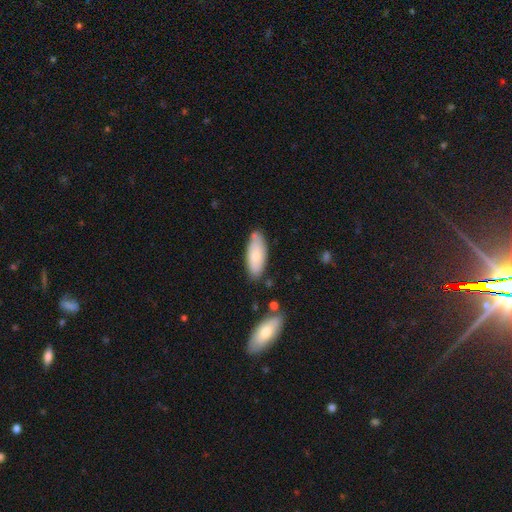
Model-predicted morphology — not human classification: Smooth or featured: smooth — 72% (featured or disk — 22%)
How rounded: in between — 79% (cigar-shaped — 19%)
Merging: none — 72% (minor disturbance — 19%)